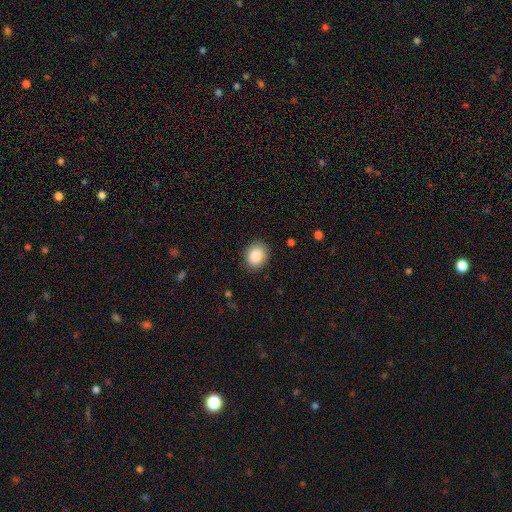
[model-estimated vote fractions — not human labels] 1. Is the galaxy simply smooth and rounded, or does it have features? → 86% smooth, 8% star or artifact, 6% featured or disk.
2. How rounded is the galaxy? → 58% round, 41% in between, 1% cigar-shaped.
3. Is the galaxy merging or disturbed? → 89% none, 8% minor disturbance, 2% major disturbance, 1% merger.